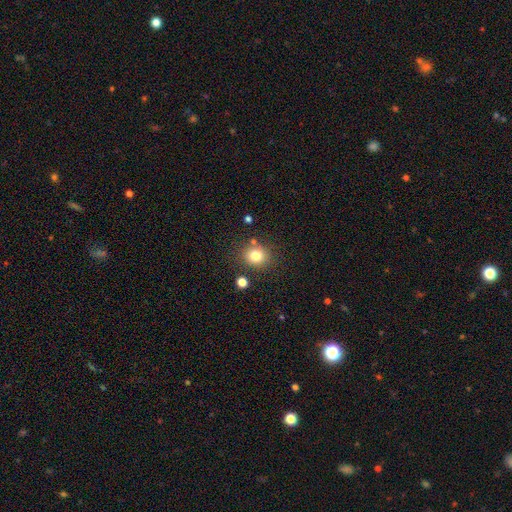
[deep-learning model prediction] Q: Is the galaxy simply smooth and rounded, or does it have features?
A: smooth — 80%.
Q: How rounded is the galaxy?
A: round — 78%.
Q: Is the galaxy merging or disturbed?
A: none — 80%.